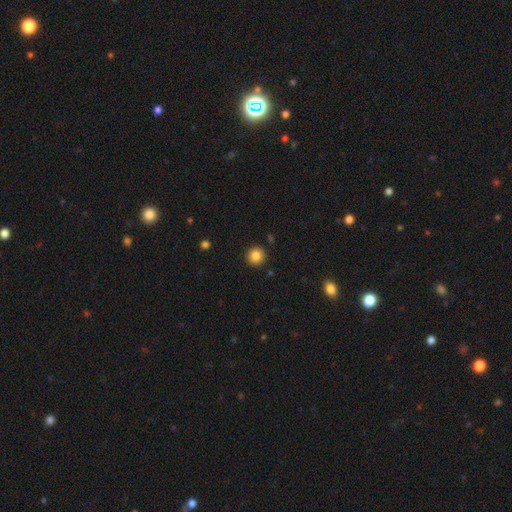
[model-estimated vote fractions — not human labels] This is clearly a smooth galaxy (85%). How rounded: clearly round (93%). Merging: clearly none (91%).